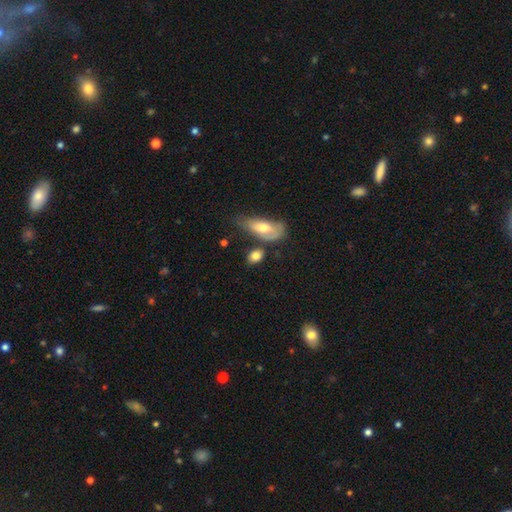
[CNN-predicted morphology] Smooth or featured? smooth (78%)
How rounded? in between (75%)
Merging? none (57%)